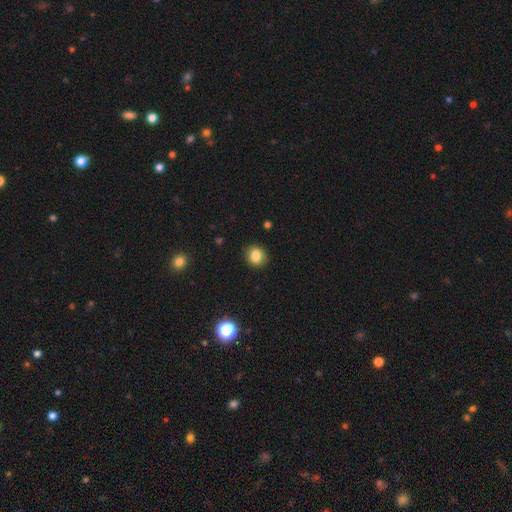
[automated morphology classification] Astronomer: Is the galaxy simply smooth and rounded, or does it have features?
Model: smooth — 83%.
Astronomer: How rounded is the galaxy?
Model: round — 69%.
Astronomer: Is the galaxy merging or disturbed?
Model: none — 87%.